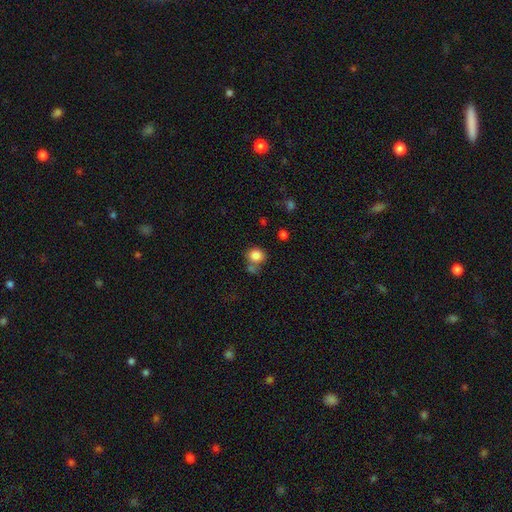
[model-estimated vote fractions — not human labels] smooth 84%, star or artifact 10%, featured or disk 6%. Down the decision tree: how rounded — round (79%); merging — none (59%).